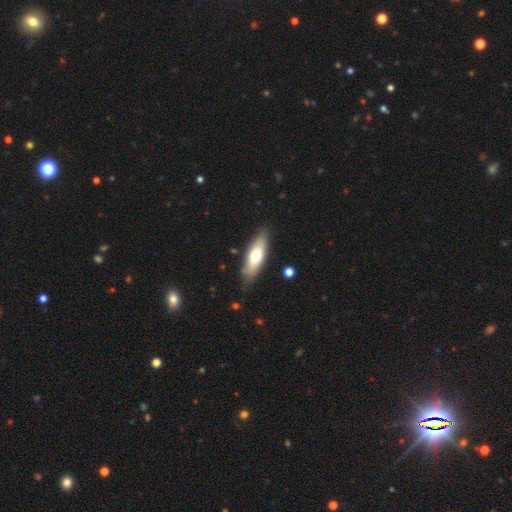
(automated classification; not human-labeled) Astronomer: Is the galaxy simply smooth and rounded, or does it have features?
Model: smooth — 63%.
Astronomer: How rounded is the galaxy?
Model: in between — 54% (runner-up: cigar-shaped, 44%).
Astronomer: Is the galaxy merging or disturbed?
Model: none — 83%.